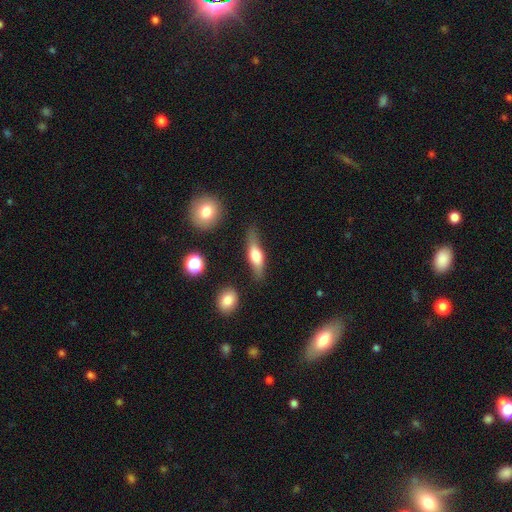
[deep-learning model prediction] A smooth galaxy with no disk features (54%) that is cigar-shaped (51%).

Vote fractions:
- Smooth or featured? smooth: 54% / featured or disk: 40% / star or artifact: 7%
- How rounded? cigar-shaped: 51% / in between: 45% / round: 4%
- Merging? none: 72% / minor disturbance: 19% / major disturbance: 6% / merger: 3%